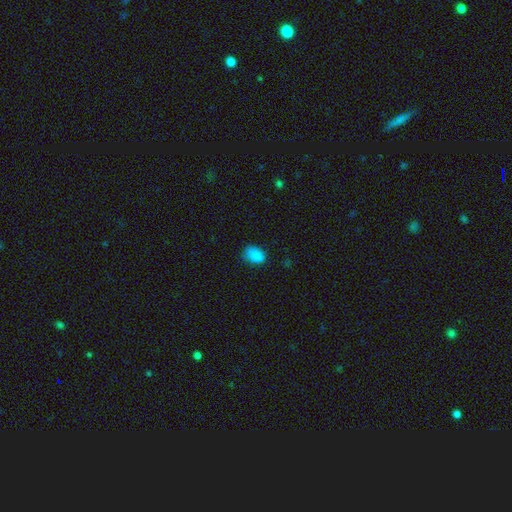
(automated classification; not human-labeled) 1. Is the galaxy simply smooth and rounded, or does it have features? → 86% smooth, 9% star or artifact, 5% featured or disk.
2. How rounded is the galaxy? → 79% in between, 19% round, 1% cigar-shaped.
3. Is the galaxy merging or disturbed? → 68% none, 26% minor disturbance, 5% major disturbance, 1% merger.